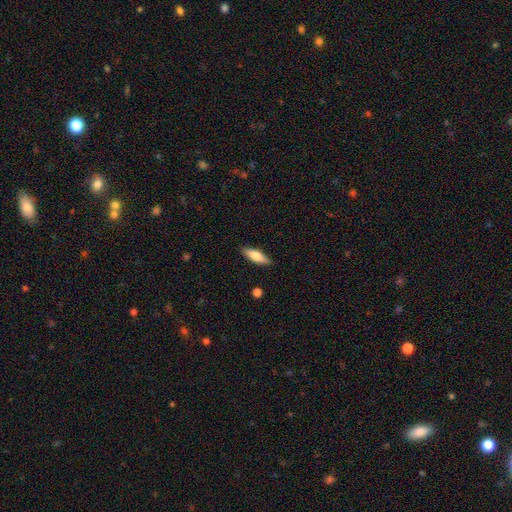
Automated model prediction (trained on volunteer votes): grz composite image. It shows a smooth galaxy with no disk features (72%) that is in between round and cigar-shaped (54%). Merging: none (88%).